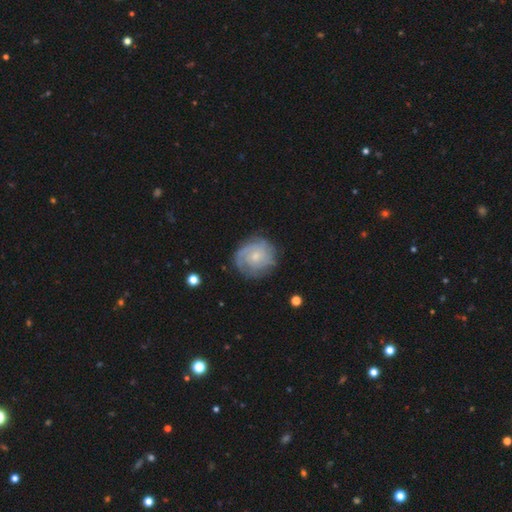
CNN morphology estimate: Smooth or featured: featured or disk — 68% (smooth — 25%)
Edge-on disk: no — 98% (yes — 2%)
Bar: no — 74% (weak — 24%)
Spiral arms: yes — 87% (no — 13%)
Spiral winding: tight — 64% (medium — 26%)
Spiral arm count: can't tell — 45% (2 — 24%)
Bulge size: small — 59% (moderate — 33%)
Merging: none — 73% (minor disturbance — 19%)